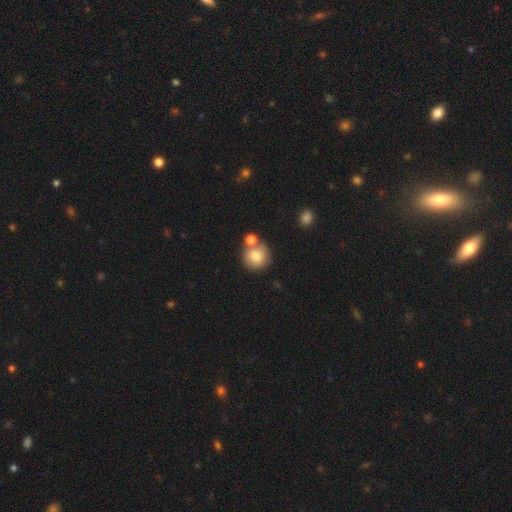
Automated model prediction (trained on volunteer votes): Smooth or featured?
  - smooth: 78% *
  - featured or disk: 13%
  - star or artifact: 9%
How rounded?
  - round: 90% *
  - in between: 9%
  - cigar-shaped: 1%
Merging?
  - none: 56% *
  - merger: 30%
  - minor disturbance: 10%
  - major disturbance: 3%